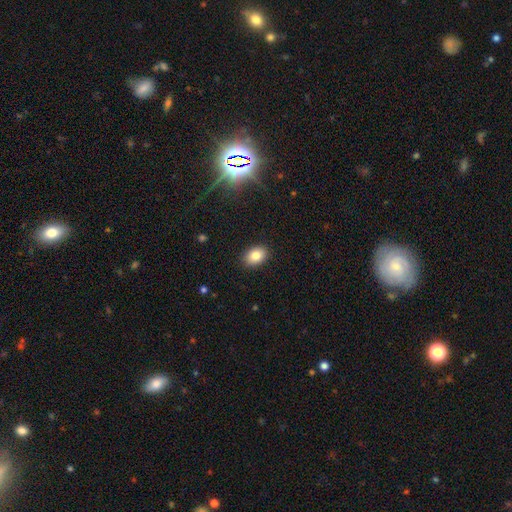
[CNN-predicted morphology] smooth 83%, star or artifact 9%, featured or disk 8%. Down the decision tree: how rounded — in between (82%); merging — none (89%).